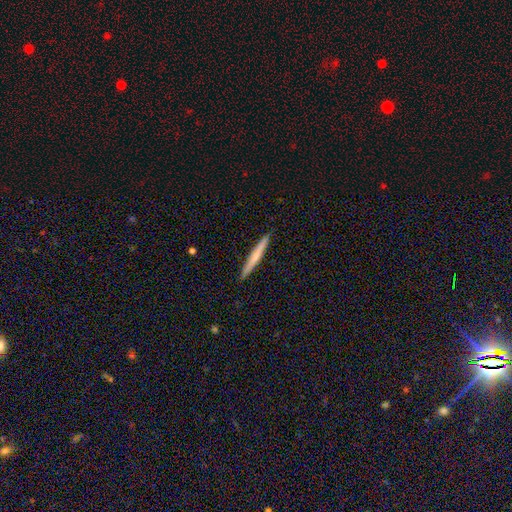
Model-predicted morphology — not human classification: type=smooth (56%); roundness=cigar-shaped (97%); merging=none (92%).